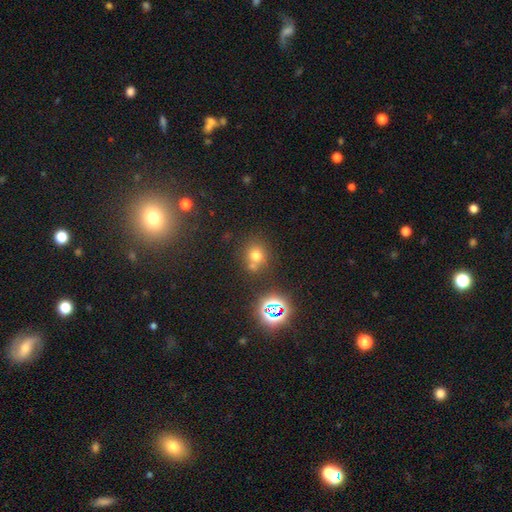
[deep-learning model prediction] smooth-or-featured: smooth: 65% | star or artifact: 25% | featured or disk: 11%
  how-rounded: round: 83% | in between: 16% | cigar-shaped: 1%
  merging: none: 57% | merger: 27% | minor disturbance: 11% | major disturbance: 5%